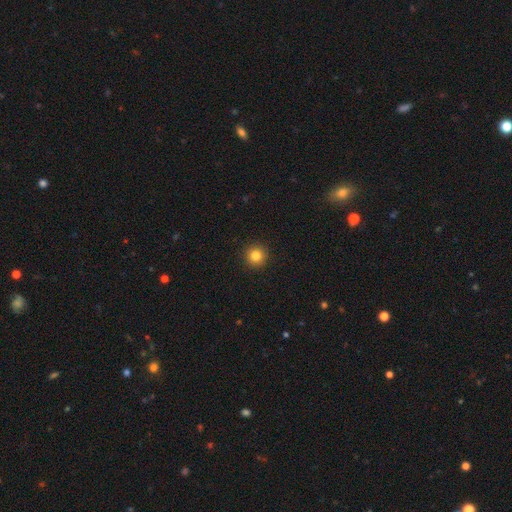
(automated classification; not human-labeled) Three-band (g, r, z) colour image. It shows a smooth galaxy with no disk features (83%) that is round (95%). Merging: none (93%).